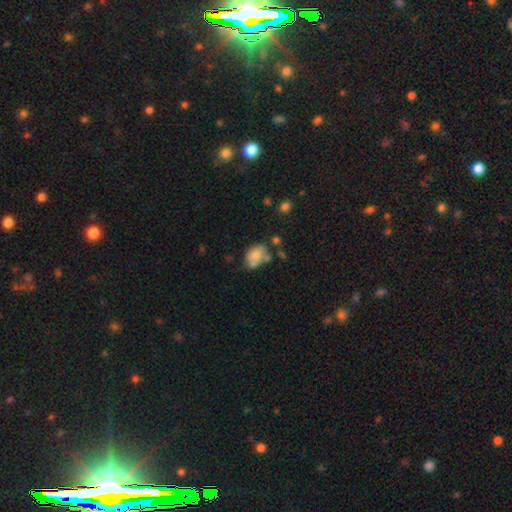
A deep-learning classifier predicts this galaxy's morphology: A smooth galaxy with no disk features (71%) that is in between round and cigar-shaped (70%). Merging: none (39%).